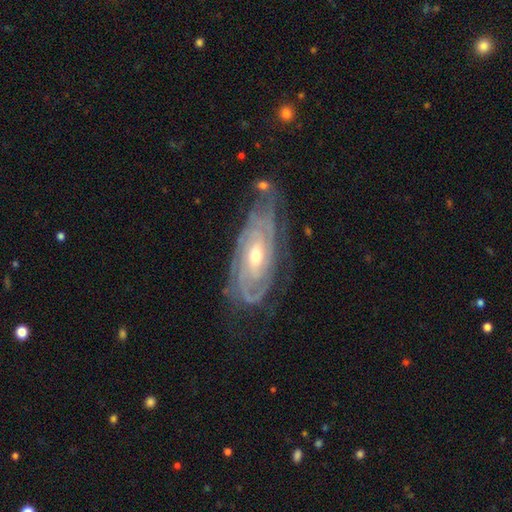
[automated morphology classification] Q: Smooth or featured?
A: featured or disk (88%); runner-up: smooth (7%)
Q: Edge-on disk?
A: no (92%); runner-up: yes (8%)
Q: Bar?
A: no (54%); runner-up: weak (33%)
Q: Spiral arms?
A: yes (96%); runner-up: no (4%)
Q: Spiral winding?
A: tight (79%); runner-up: medium (18%)
Q: Spiral arm count?
A: can't tell (34%); runner-up: 2 (24%)
Q: Bulge size?
A: moderate (56%); runner-up: small (40%)
Q: Merging?
A: none (67%); runner-up: minor disturbance (22%)